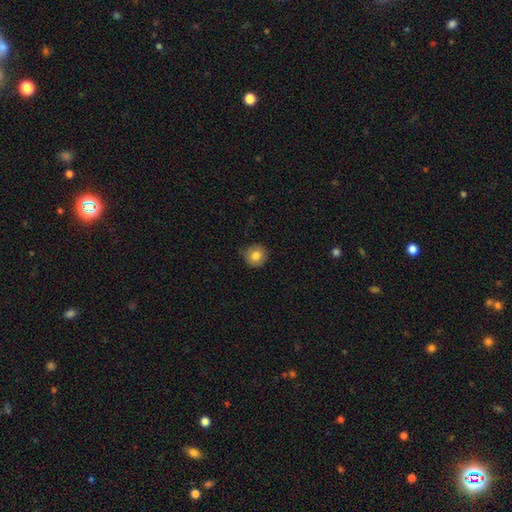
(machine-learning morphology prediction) A smooth galaxy with no disk features (81%) that is round (93%). Merging: none (85%).